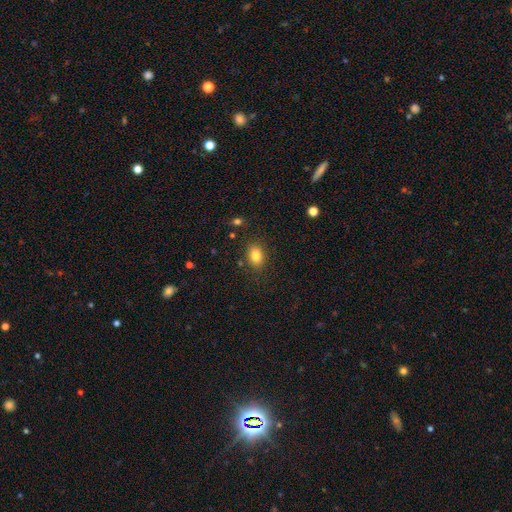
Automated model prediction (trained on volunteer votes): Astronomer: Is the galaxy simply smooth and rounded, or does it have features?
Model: smooth — 82%.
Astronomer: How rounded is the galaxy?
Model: in between — 70%.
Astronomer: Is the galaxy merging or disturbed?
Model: none — 84%.